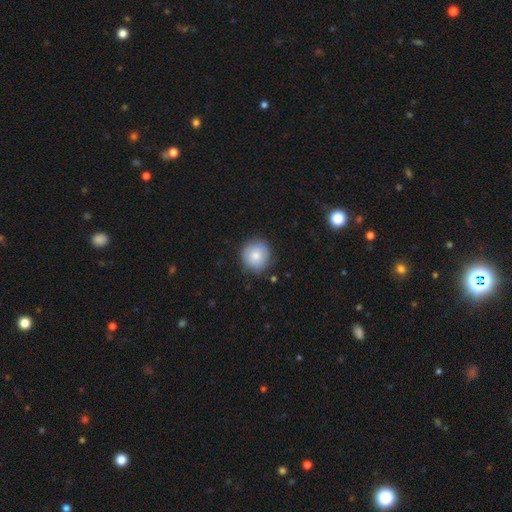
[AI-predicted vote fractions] smooth 71%, featured or disk 21%, star or artifact 7%. Down the decision tree: how rounded — round (90%); merging — none (80%).